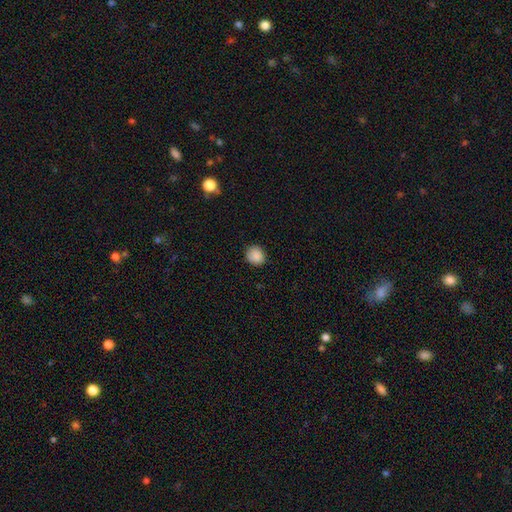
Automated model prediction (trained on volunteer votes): The model was most divided on "how rounded": round: 79%, in between: 20%, cigar-shaped: 1%. More confident: smooth or featured — smooth (88%); merging — none (85%).